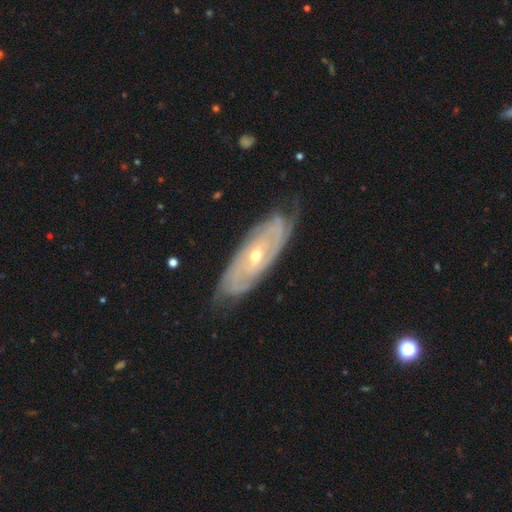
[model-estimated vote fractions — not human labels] Smooth or featured?
  - featured or disk: 84% *
  - smooth: 11%
  - star or artifact: 6%
Edge-on disk?
  - no: 85% *
  - yes: 15%
Bar?
  - no: 64% *
  - weak: 27%
  - strong: 10%
Spiral arms?
  - yes: 91% *
  - no: 9%
Spiral winding?
  - tight: 76% *
  - medium: 19%
  - loose: 5%
Spiral arm count?
  - can't tell: 47% *
  - 2: 25%
  - 3: 11%
  - 4: 8%
  - more than 4: 5%
  - 1: 4%
Bulge size?
  - small: 50% *
  - moderate: 47%
  - large: 1%
  - none: 1%
  - dominant: 1%
Merging?
  - none: 76% *
  - minor disturbance: 18%
  - major disturbance: 5%
  - merger: 1%